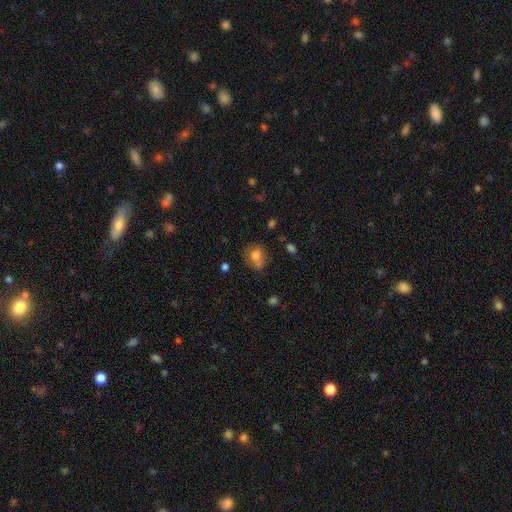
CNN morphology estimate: This appears to be a smooth galaxy with no disk features (76%) that is round (65%). Merging: none (51%).